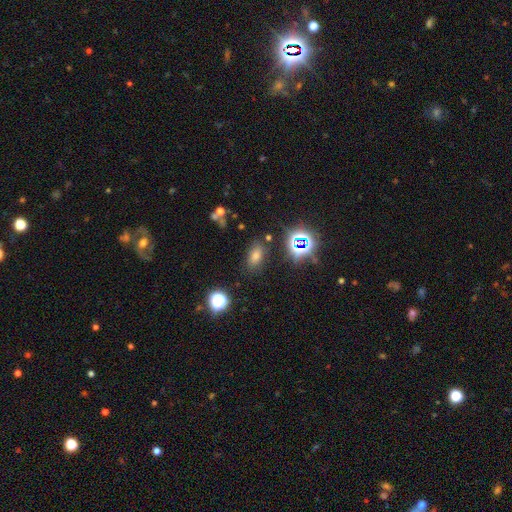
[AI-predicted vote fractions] smooth 59%, star or artifact 32%, featured or disk 9%. Down the decision tree: how rounded — in between (80%); merging — none (83%).